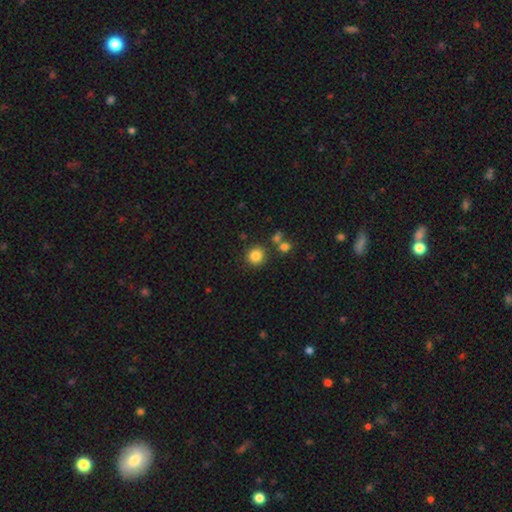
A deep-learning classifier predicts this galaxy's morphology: Smooth or featured? Predicted: smooth (p=0.84). How rounded? Predicted: round (p=0.90). Merging? Predicted: none (p=0.83).